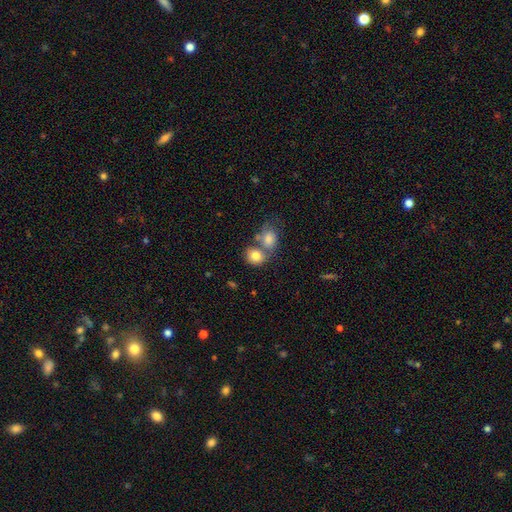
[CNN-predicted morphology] Smooth or featured? Predicted: smooth (p=0.80). How rounded? Predicted: round (p=0.62). Merging? Predicted: merger (p=0.50).